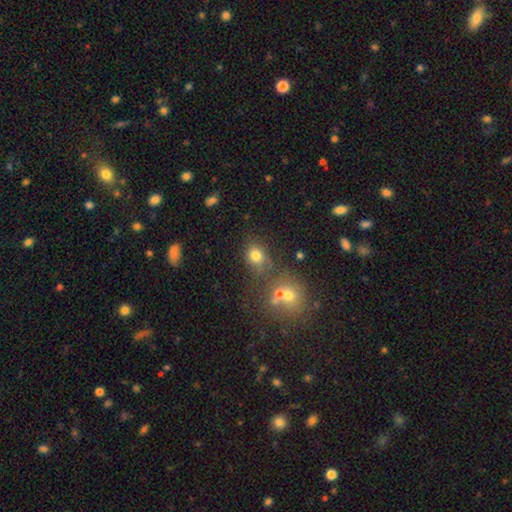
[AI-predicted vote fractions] A smooth galaxy with no disk features (75%) that is round (60%). Merging: none (62%).